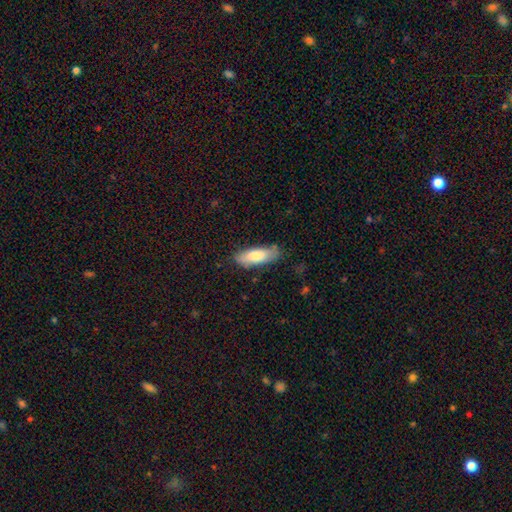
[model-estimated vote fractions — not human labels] The model was most divided on "how rounded": in between: 64%, cigar-shaped: 34%, round: 2%. More confident: smooth or featured — smooth (79%); merging — none (77%).